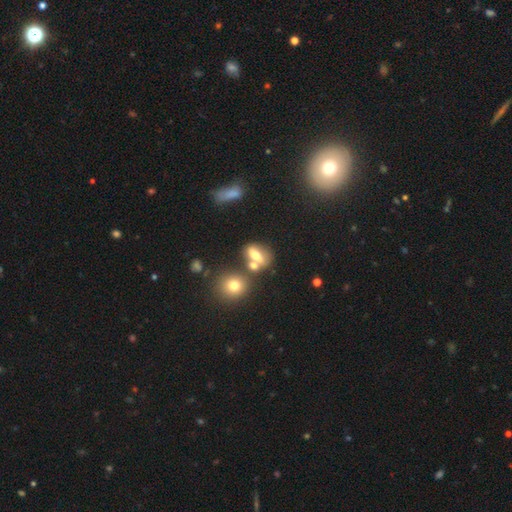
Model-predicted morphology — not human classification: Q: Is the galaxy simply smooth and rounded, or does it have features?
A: smooth — 61%.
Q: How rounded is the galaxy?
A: in between — 68%.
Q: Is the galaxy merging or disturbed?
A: none — 47%.